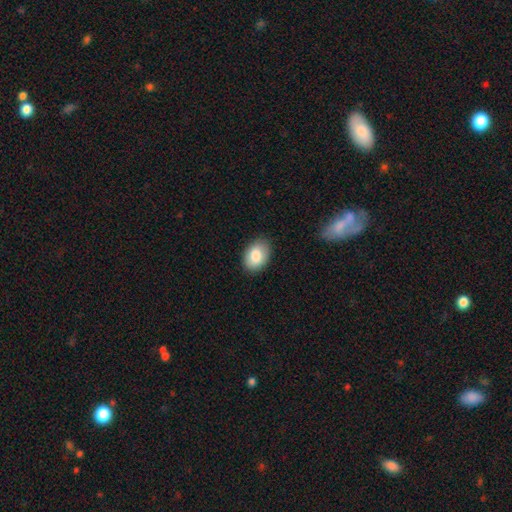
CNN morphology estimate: Smooth or featured: smooth — 83% (featured or disk — 10%)
How rounded: in between — 83% (round — 16%)
Merging: none — 86% (minor disturbance — 10%)